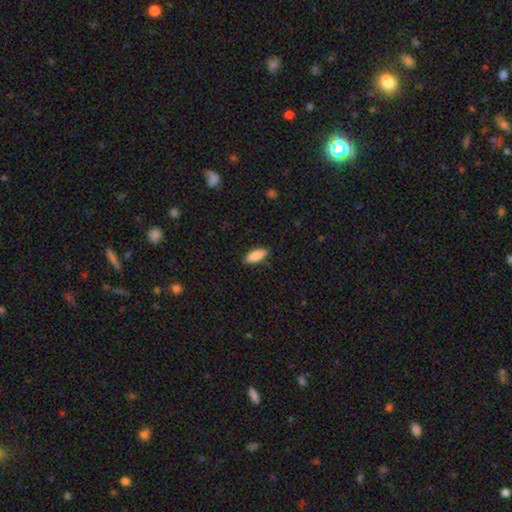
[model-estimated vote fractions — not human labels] This is clearly a smooth galaxy (87%). How rounded: likely in between (75%). Merging: clearly none (87%).